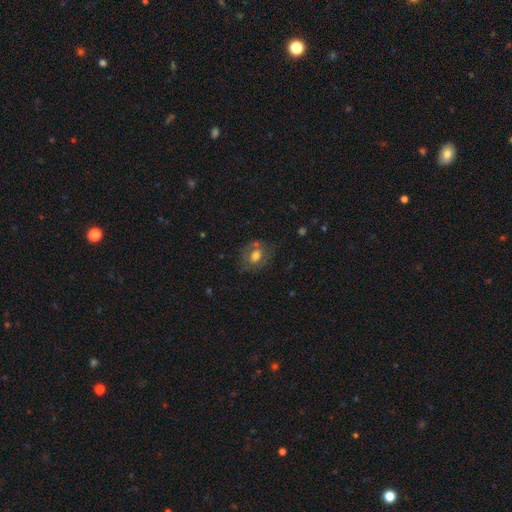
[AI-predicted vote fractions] A smooth galaxy with no disk features (57%) that is in between round and cigar-shaped (52%). Merging: none (65%).